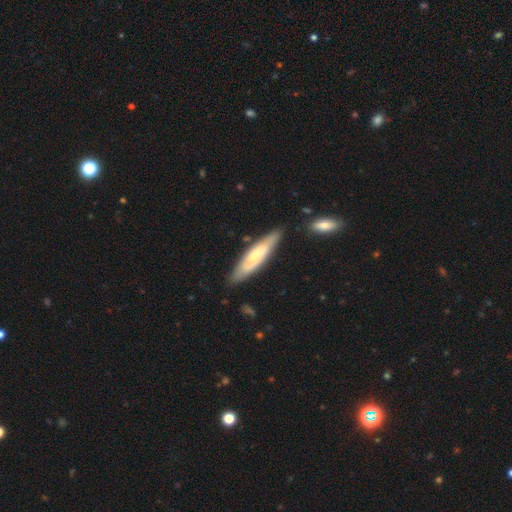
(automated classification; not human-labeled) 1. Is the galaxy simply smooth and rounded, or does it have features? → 55% smooth, 40% featured or disk, 5% star or artifact.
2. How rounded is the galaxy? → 79% cigar-shaped, 20% in between, 1% round.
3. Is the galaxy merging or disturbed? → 82% none, 13% minor disturbance, 3% merger, 2% major disturbance.